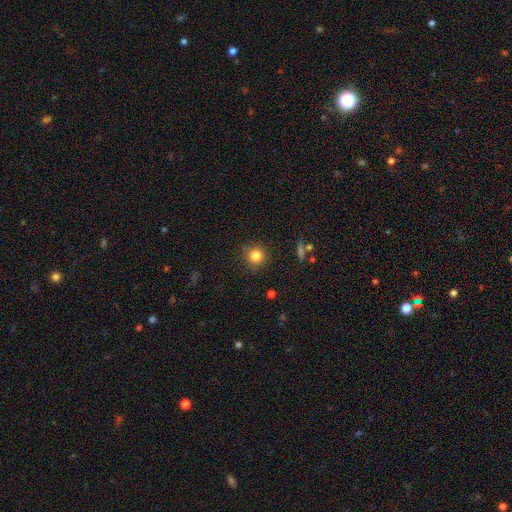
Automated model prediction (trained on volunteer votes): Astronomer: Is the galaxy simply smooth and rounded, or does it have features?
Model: smooth — 82%.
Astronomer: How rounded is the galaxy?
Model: round — 93%.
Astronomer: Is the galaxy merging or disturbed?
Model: none — 87%.